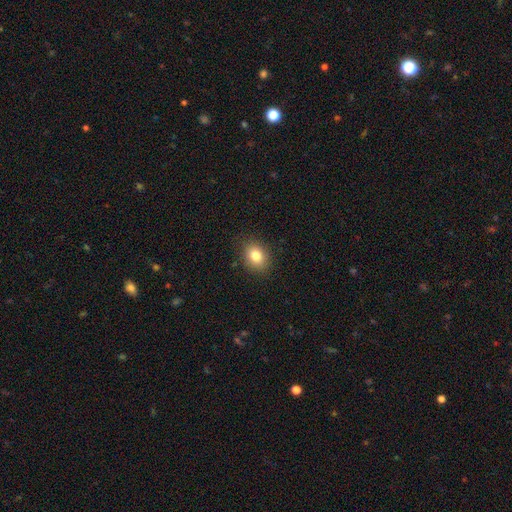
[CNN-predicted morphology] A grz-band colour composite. It shows a smooth galaxy with no disk features (82%) that is in between round and cigar-shaped (54%). Merging: none (87%).